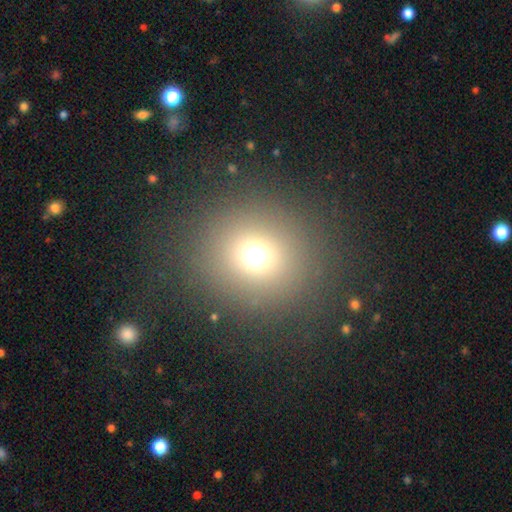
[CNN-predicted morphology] Overall: smooth (67%). How rounded: round (89%). Merging: none (86%).